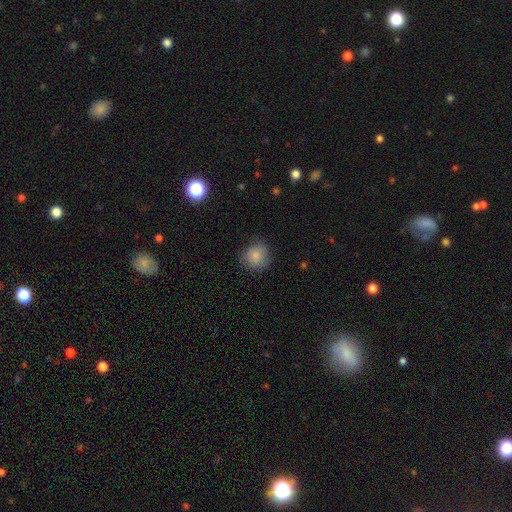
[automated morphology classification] Smooth or featured? Predicted: smooth (p=0.84). How rounded? Predicted: round (p=0.87). Merging? Predicted: none (p=0.78).